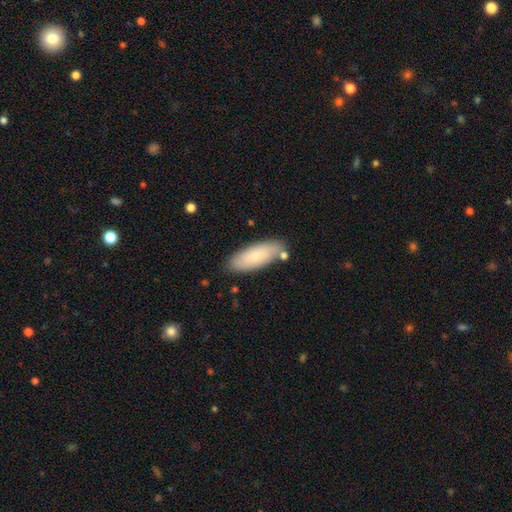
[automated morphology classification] Smooth or featured: smooth — 77% (featured or disk — 16%)
How rounded: in between — 70% (cigar-shaped — 29%)
Merging: none — 81% (minor disturbance — 13%)